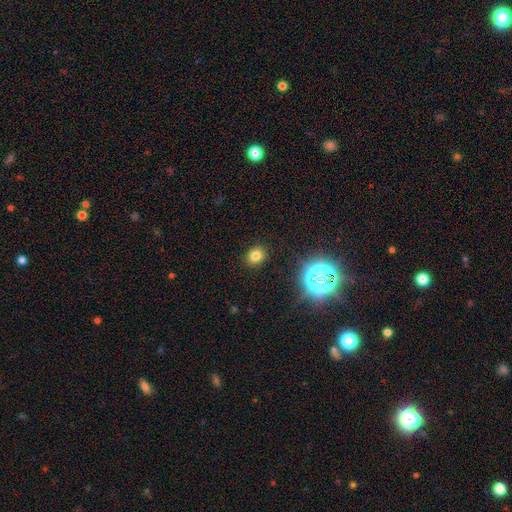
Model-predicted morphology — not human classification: A smooth galaxy with no disk features (76%) that is round (64%). Merging: none (89%).